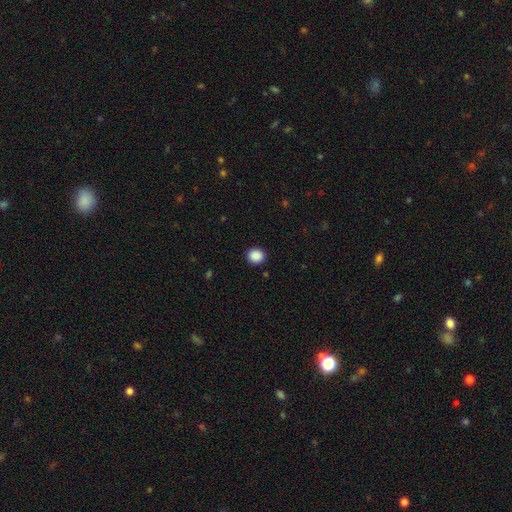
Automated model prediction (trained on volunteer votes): A smooth galaxy with no disk features (89%) that is round (81%). Merging: none (91%).